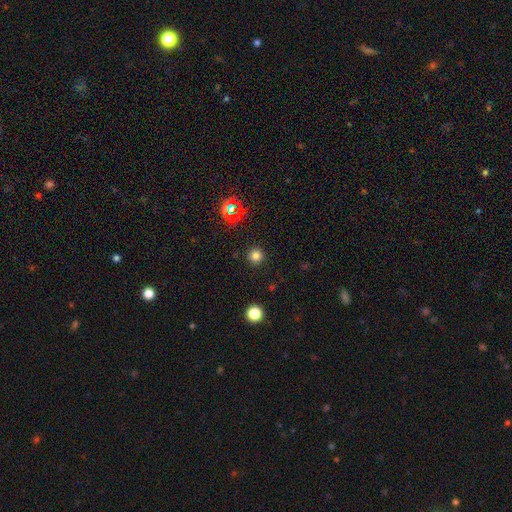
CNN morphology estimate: smooth_or_featured: smooth (p=0.77) [alt: star or artifact p=0.18]
how_rounded: round (p=0.96) [alt: in between p=0.03]
merging: none (p=0.92) [alt: minor disturbance p=0.05]